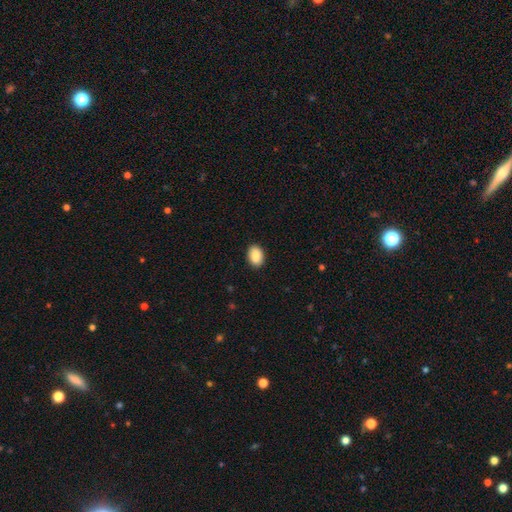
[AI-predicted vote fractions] The model was most divided on "how rounded": in between: 86%, round: 13%, cigar-shaped: 1%. More confident: merging — none (90%); smooth or featured — smooth (89%).